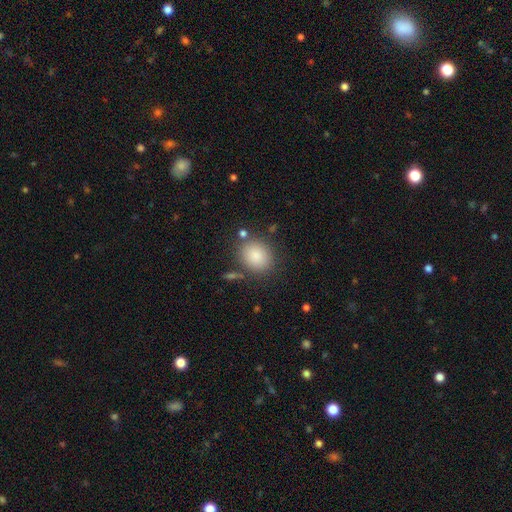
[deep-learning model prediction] Q: Smooth or featured?
A: smooth (86%); runner-up: star or artifact (8%)
Q: How rounded?
A: round (66%); runner-up: in between (33%)
Q: Merging?
A: none (78%); runner-up: minor disturbance (12%)